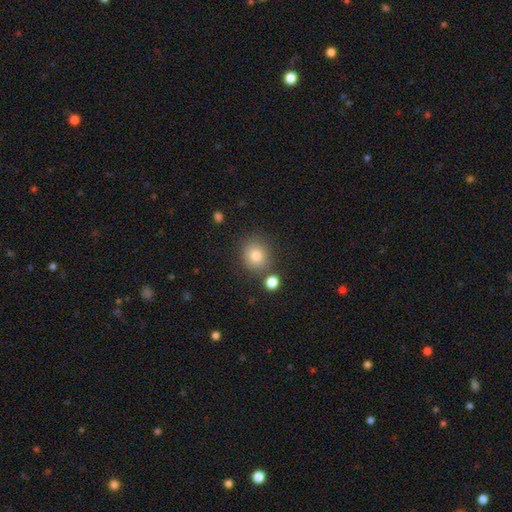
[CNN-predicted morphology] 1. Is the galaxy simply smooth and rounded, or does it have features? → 80% smooth, 11% star or artifact, 8% featured or disk.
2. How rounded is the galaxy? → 82% round, 17% in between, 1% cigar-shaped.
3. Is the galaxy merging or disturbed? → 78% none, 11% minor disturbance, 7% merger, 3% major disturbance.